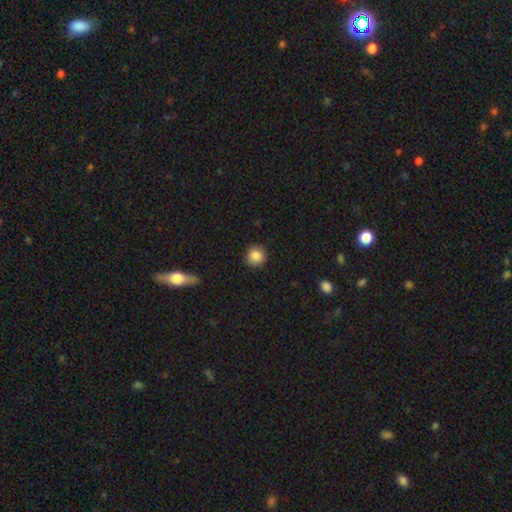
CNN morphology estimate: smooth_or_featured: smooth (p=0.86) [alt: star or artifact p=0.09]
how_rounded: round (p=0.91) [alt: in between p=0.08]
merging: none (p=0.87) [alt: minor disturbance p=0.10]